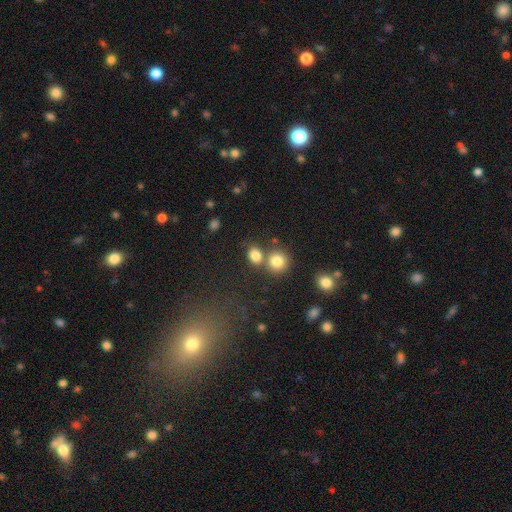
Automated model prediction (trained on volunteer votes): smooth_or_featured: smooth (p=0.81) [alt: star or artifact p=0.12]
how_rounded: round (p=0.54) [alt: in between p=0.45]
merging: none (p=0.53) [alt: merger p=0.34]